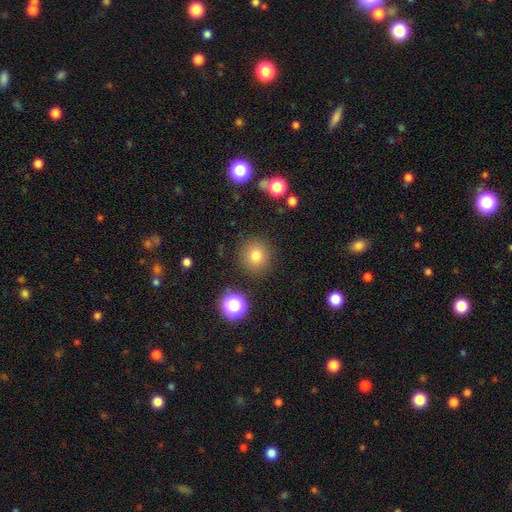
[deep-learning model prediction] This appears to be a smooth galaxy with no disk features (79%) that is round (91%). Merging: none (88%).